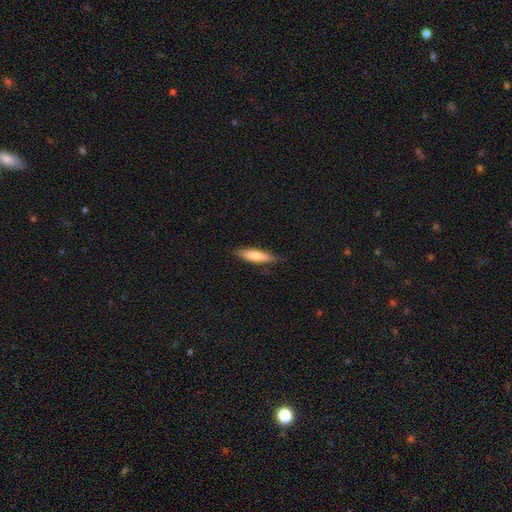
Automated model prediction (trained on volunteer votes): Overall: smooth (75%). How rounded: cigar-shaped (66%; in between 32%). Merging: none (85%).